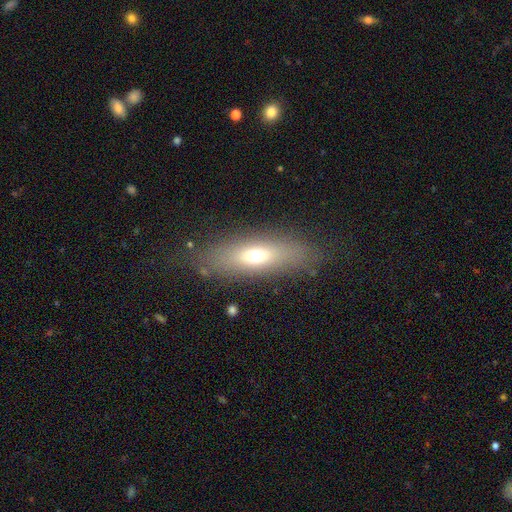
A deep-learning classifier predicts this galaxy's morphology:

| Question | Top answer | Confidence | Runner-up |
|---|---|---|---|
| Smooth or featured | smooth | 60% | featured or disk (30%) |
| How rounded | in between | 52% | cigar-shaped (44%) |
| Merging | none | 81% | minor disturbance (11%) |